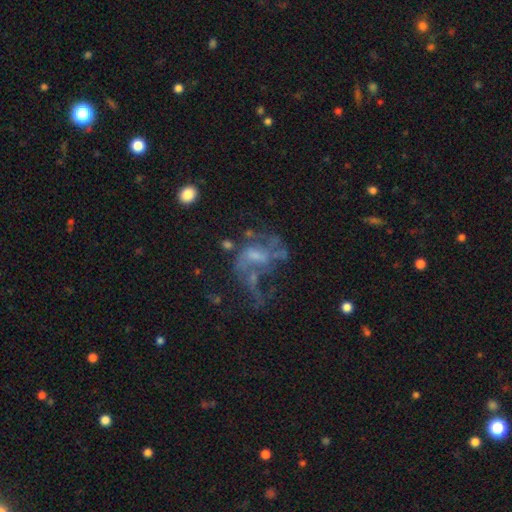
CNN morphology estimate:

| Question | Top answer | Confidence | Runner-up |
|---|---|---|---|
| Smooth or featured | featured or disk | 68% | star or artifact (17%) |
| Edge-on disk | no | 97% | yes (3%) |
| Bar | no | 56% | weak (35%) |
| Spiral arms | no | 51% | yes (49%) |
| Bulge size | small | 39% | none (32%) |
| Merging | major disturbance | 41% | none (33%) |